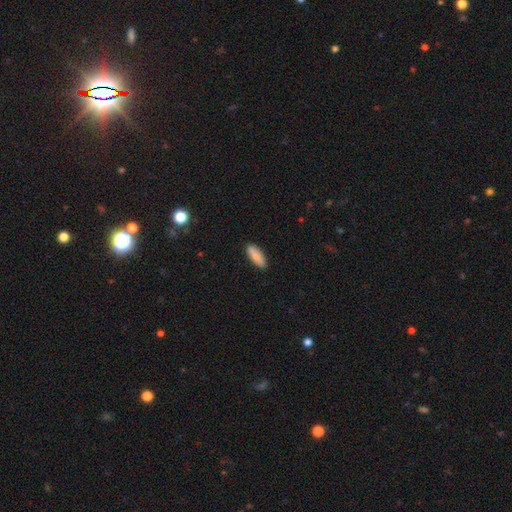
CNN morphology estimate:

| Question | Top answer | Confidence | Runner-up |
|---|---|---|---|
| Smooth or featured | smooth | 87% | featured or disk (7%) |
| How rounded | in between | 54% | cigar-shaped (44%) |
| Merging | none | 86% | minor disturbance (10%) |